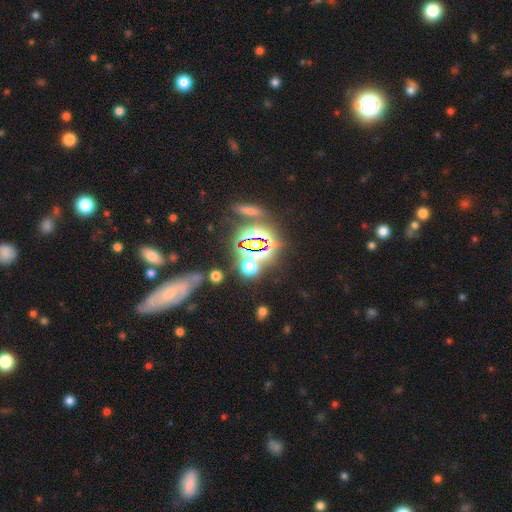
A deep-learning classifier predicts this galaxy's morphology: A star or artifact, not a galaxy (77%).